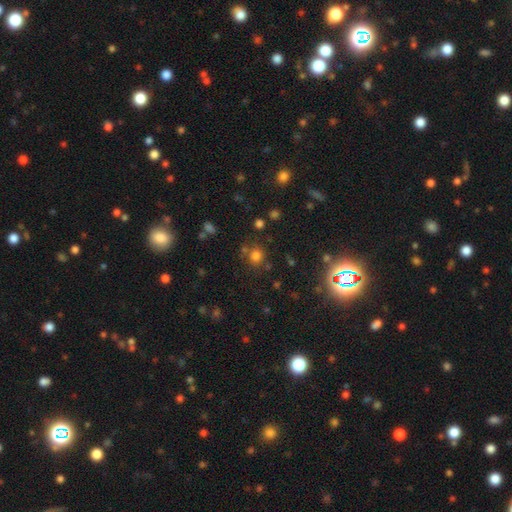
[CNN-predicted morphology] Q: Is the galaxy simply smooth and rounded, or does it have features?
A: smooth — 73%.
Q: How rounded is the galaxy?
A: round — 85%.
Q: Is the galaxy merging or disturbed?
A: none — 74%.